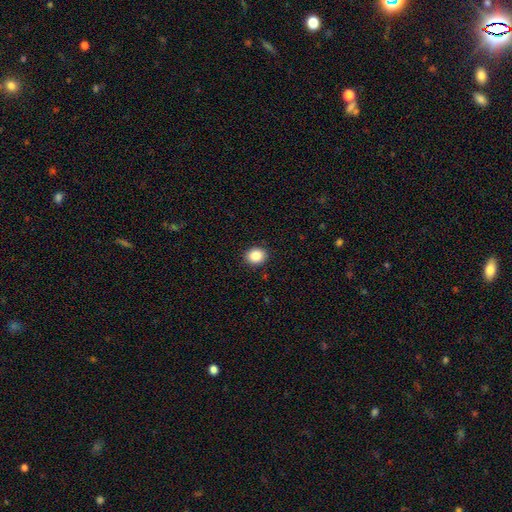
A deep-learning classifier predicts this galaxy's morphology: A smooth galaxy with no disk features (87%) that is round (69%). Merging: none (91%).